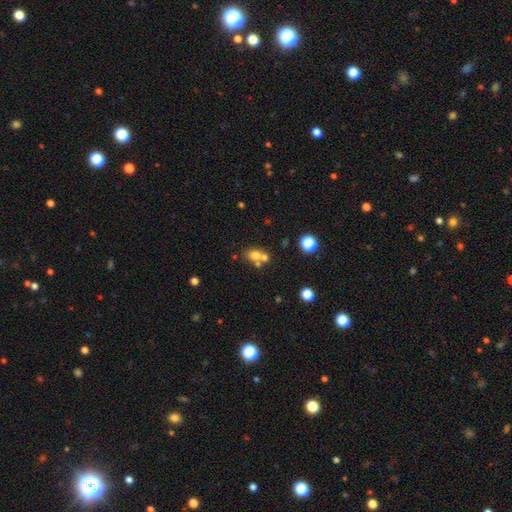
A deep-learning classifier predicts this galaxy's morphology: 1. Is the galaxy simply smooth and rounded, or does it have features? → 70% smooth, 15% star or artifact, 15% featured or disk.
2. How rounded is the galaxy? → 51% round, 47% in between, 2% cigar-shaped.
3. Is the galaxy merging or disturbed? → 45% none, 42% merger, 9% minor disturbance, 4% major disturbance.